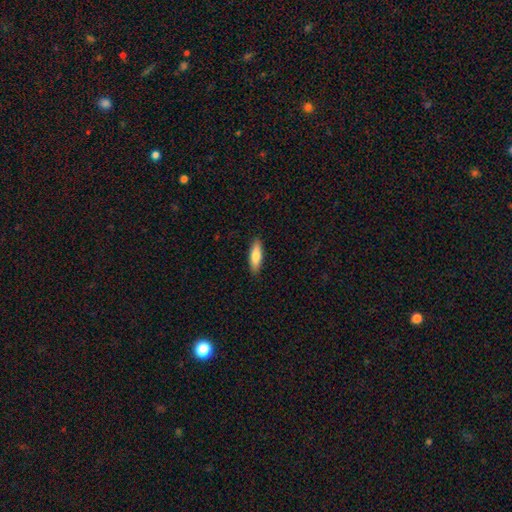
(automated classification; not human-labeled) This appears to be a smooth galaxy with no disk features (77%) that is in between round and cigar-shaped (50%). Merging: none (89%).